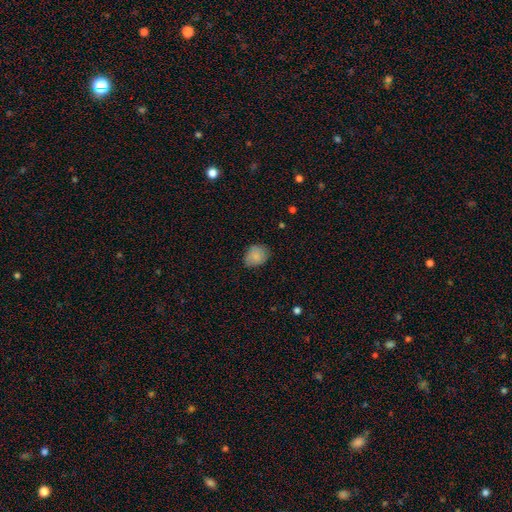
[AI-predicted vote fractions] Morphology: type=smooth (84%); roundness=in between (53%); merging=none (75%).